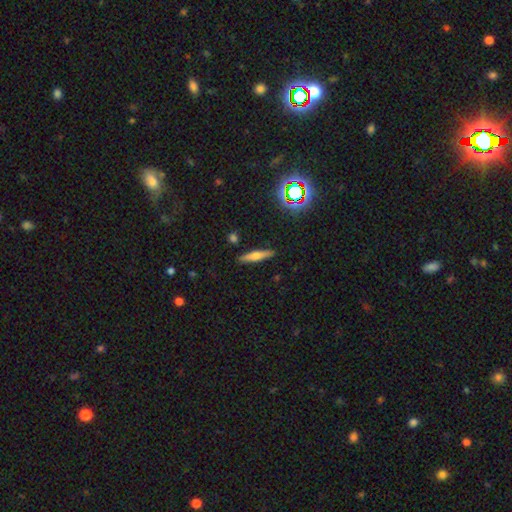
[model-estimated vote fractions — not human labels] Smooth or featured? smooth (56%)
How rounded? cigar-shaped (85%)
Merging? none (89%)